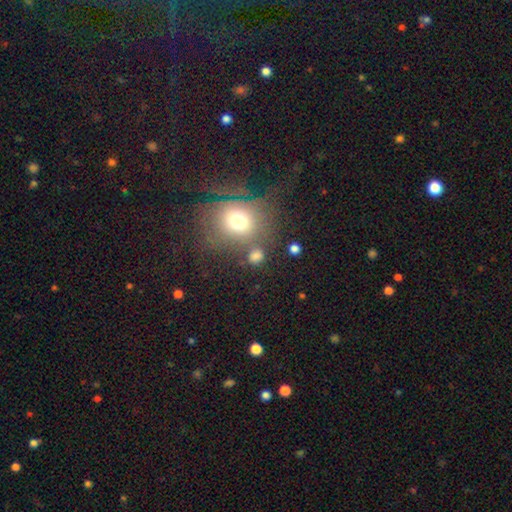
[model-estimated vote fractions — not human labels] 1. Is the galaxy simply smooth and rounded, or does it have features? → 76% smooth, 16% star or artifact, 8% featured or disk.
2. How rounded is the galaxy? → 71% round, 27% in between, 2% cigar-shaped.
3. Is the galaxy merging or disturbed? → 68% none, 14% merger, 11% minor disturbance, 7% major disturbance.